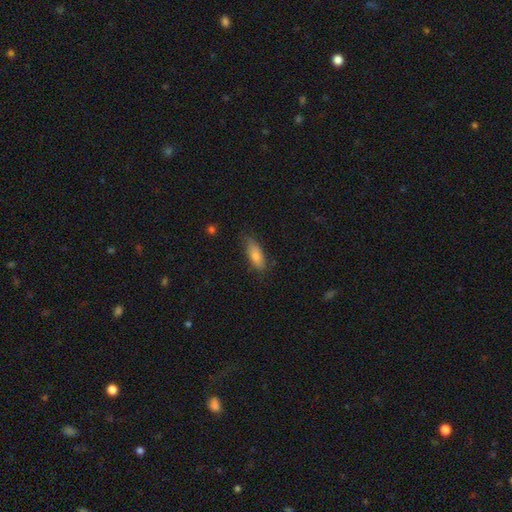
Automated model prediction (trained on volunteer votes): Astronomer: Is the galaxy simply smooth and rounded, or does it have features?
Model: smooth — 75%.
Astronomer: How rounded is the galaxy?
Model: in between — 72%.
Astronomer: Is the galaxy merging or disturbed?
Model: none — 69%.